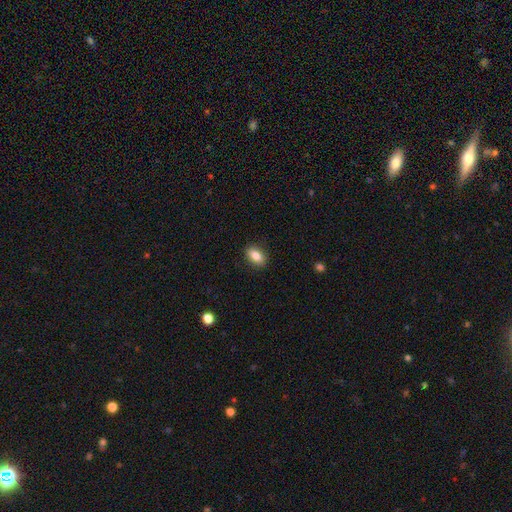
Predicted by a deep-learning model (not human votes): Smooth or featured?
  - smooth: 84% *
  - featured or disk: 8%
  - star or artifact: 8%
How rounded?
  - in between: 84% *
  - round: 12%
  - cigar-shaped: 4%
Merging?
  - none: 88% *
  - minor disturbance: 9%
  - major disturbance: 2%
  - merger: 1%